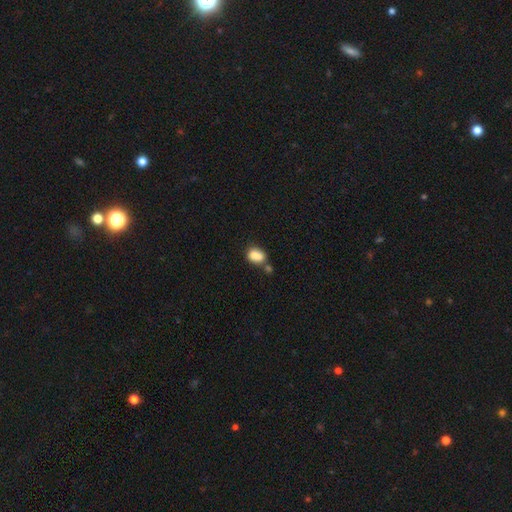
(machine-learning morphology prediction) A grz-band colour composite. It shows a smooth galaxy with no disk features (77%) that is in between round and cigar-shaped (57%). Merging: merger (48%).